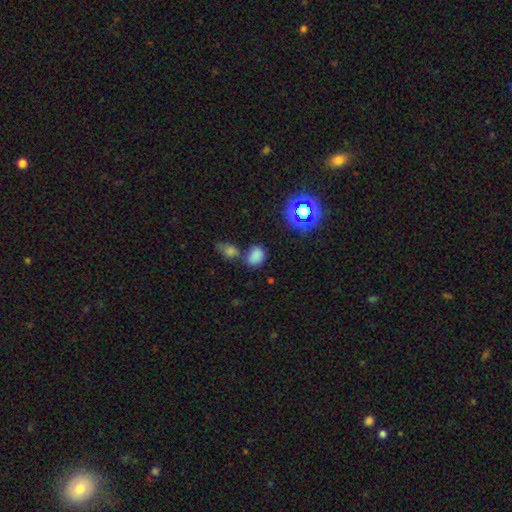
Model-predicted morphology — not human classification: Smooth or featured?
  - smooth: 76% *
  - star or artifact: 18%
  - featured or disk: 6%
How rounded?
  - in between: 61% *
  - round: 37%
  - cigar-shaped: 1%
Merging?
  - none: 56% *
  - merger: 24%
  - minor disturbance: 15%
  - major disturbance: 5%